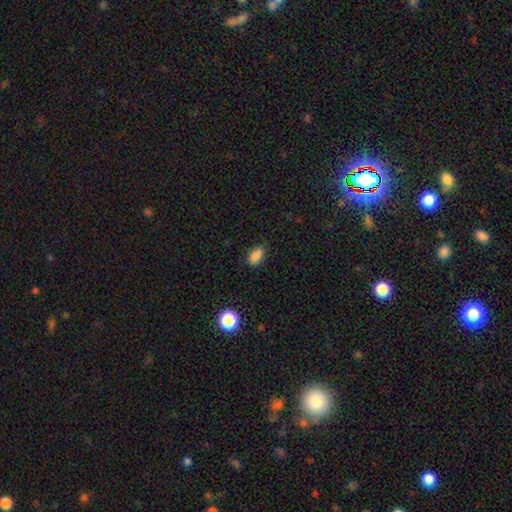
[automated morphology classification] Smooth or featured? smooth (84%)
How rounded? in between (87%)
Merging? none (79%)